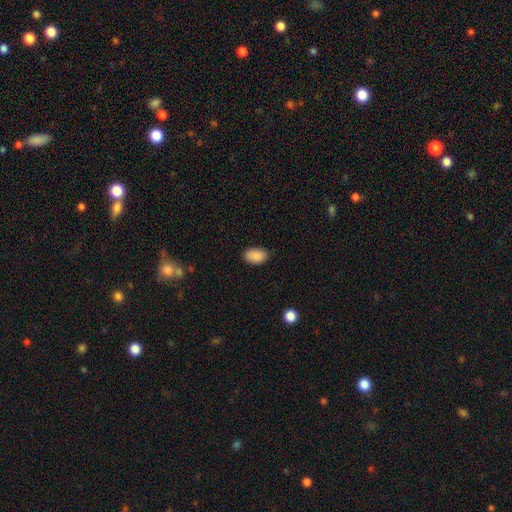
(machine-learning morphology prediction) smooth_or_featured: smooth (p=0.89) [alt: star or artifact p=0.08]
how_rounded: in between (p=0.91) [alt: round p=0.08]
merging: none (p=0.83) [alt: minor disturbance p=0.14]